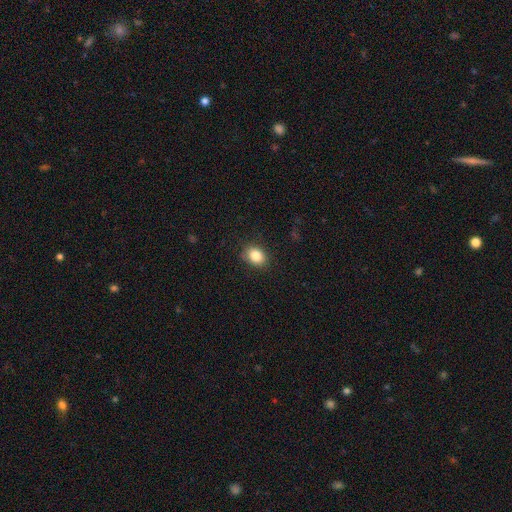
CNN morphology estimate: smooth_or_featured: smooth (p=0.85) [alt: star or artifact p=0.09]
how_rounded: in between (p=0.58) [alt: round p=0.41]
merging: none (p=0.86) [alt: minor disturbance p=0.11]